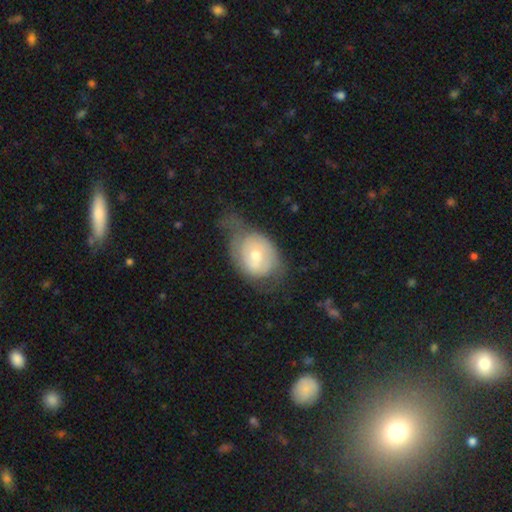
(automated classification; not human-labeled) Morphology: type=featured or disk (53%); edge-on=no (95%); bar=no (68%); spiral arms=yes (61%); bulge=moderate (56%); merging=minor disturbance (33%, tied with major disturbance).